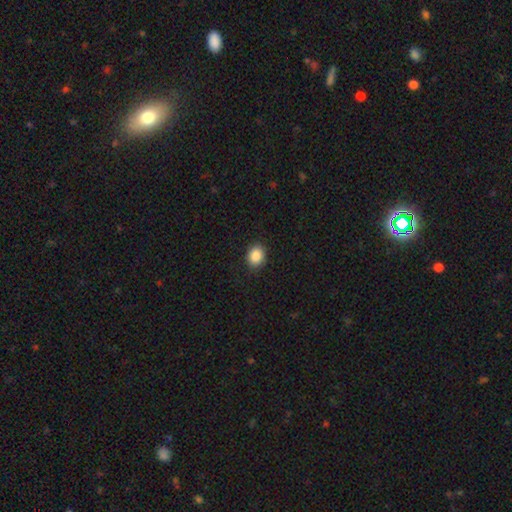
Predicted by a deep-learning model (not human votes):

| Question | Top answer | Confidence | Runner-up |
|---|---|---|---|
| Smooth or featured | smooth | 88% | star or artifact (8%) |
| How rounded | in between | 51% | round (48%) |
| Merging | none | 89% | minor disturbance (8%) |